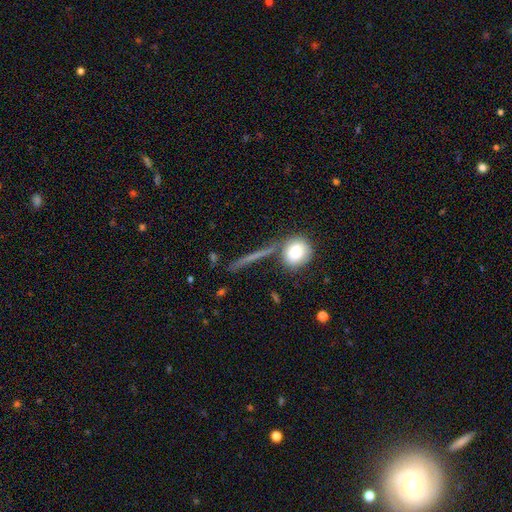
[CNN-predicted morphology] Smooth or featured? smooth (51%)
How rounded? round (48%)
Merging? none (73%)